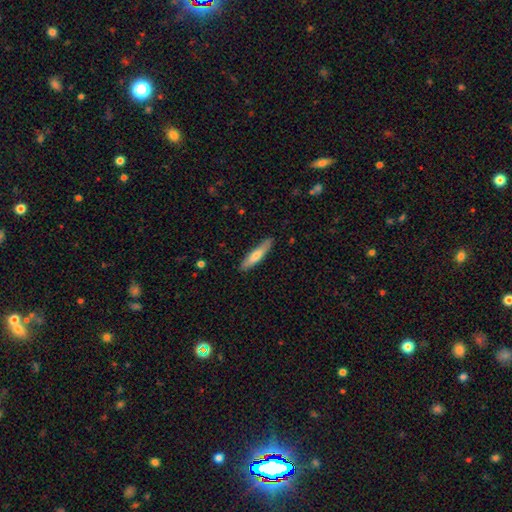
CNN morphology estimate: This is likely a smooth galaxy (66%). How rounded: clearly cigar-shaped (85%). Merging: clearly none (86%).